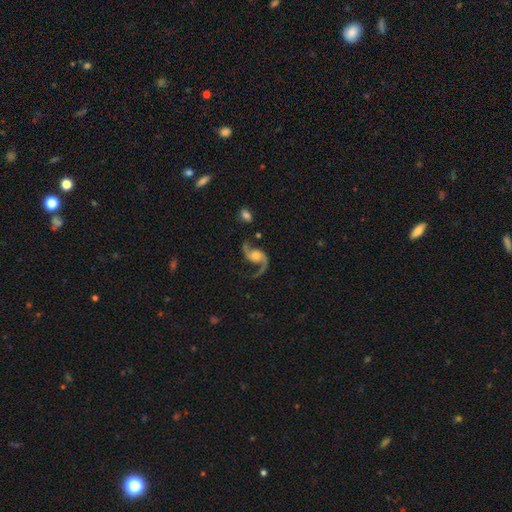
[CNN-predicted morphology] featured or disk 90%, star or artifact 5%, smooth 5%. Down the decision tree: edge-on disk — no (98%); bar — no (65%); spiral arms — yes (98%); spiral arm count — 2 (91%); spiral winding — loose (68%); bulge size — moderate (47%); merging — none (67%).